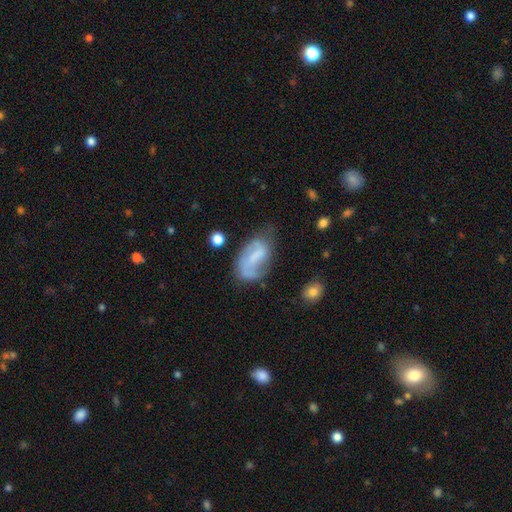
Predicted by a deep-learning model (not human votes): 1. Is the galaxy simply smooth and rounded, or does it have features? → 56% featured or disk, 36% smooth, 9% star or artifact.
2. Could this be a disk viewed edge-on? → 96% no, 4% yes.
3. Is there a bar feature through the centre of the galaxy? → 43% weak, 31% no, 26% strong.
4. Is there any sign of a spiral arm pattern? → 69% yes, 31% no.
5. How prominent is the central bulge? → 48% none, 27% small, 18% moderate, 5% large, 1% dominant.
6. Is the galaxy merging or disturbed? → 42% none, 30% minor disturbance, 22% major disturbance, 5% merger.